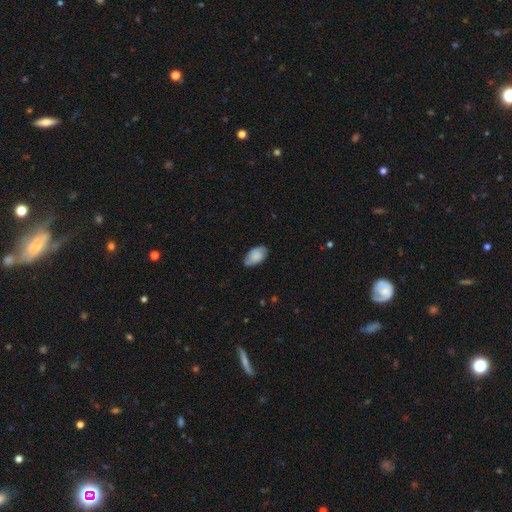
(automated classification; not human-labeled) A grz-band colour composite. It shows a smooth galaxy with no disk features (69%) that is in between round and cigar-shaped (93%). Merging: none (74%).